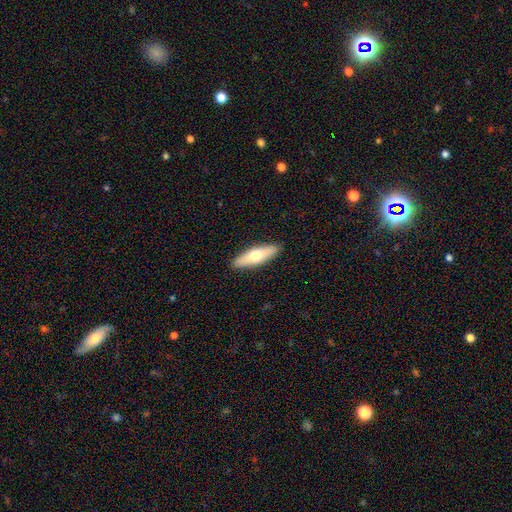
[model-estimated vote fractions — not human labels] smooth_or_featured: smooth (p=0.58) [alt: featured or disk p=0.36]
how_rounded: cigar-shaped (p=0.59) [alt: in between p=0.39]
merging: none (p=0.90) [alt: minor disturbance p=0.07]